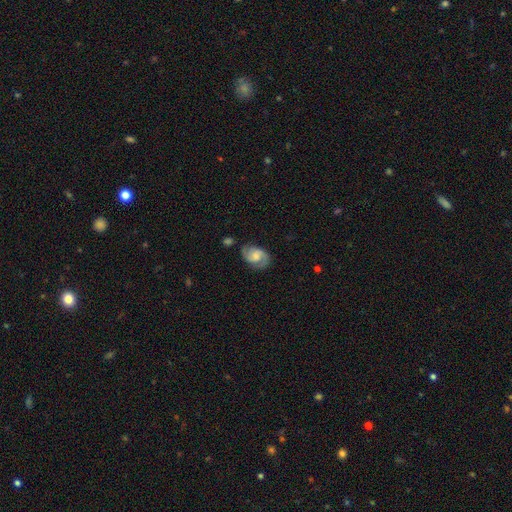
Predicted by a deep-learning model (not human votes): A featured or disk galaxy (78%) with no bar (49%), 2 (90%) medium (51%) spiral arms (96%) and a moderate central bulge (44%).

Vote fractions:
- Smooth or featured? featured or disk: 78% / smooth: 16% / star or artifact: 6%
- Edge-on disk? no: 98% / yes: 2%
- Bar? no: 49% / weak: 43% / strong: 8%
- Spiral arms? yes: 96% / no: 4%
- Spiral winding? medium: 51% / tight: 31% / loose: 18%
- Spiral arm count? 2: 90% / can't tell: 4% / 1: 2% / 3: 2% / 4: 1% / more than 4: 1%
- Bulge size? moderate: 44% / small: 34% / none: 13% / large: 8% / dominant: 2%
- Merging? none: 77% / minor disturbance: 16% / major disturbance: 4% / merger: 3%